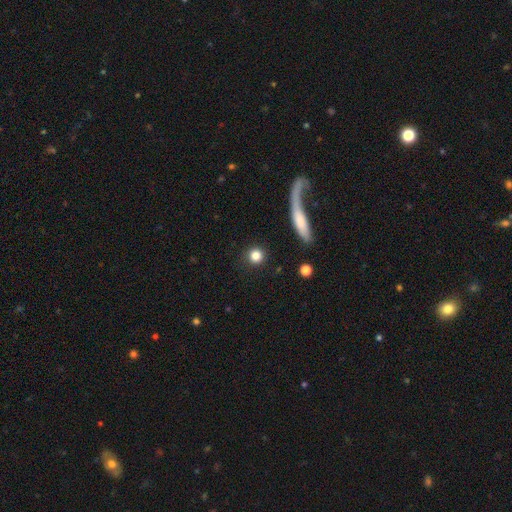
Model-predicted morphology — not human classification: smooth_or_featured: smooth (p=0.84) [alt: star or artifact p=0.10]
how_rounded: round (p=0.92) [alt: in between p=0.05]
merging: none (p=0.89) [alt: minor disturbance p=0.06]